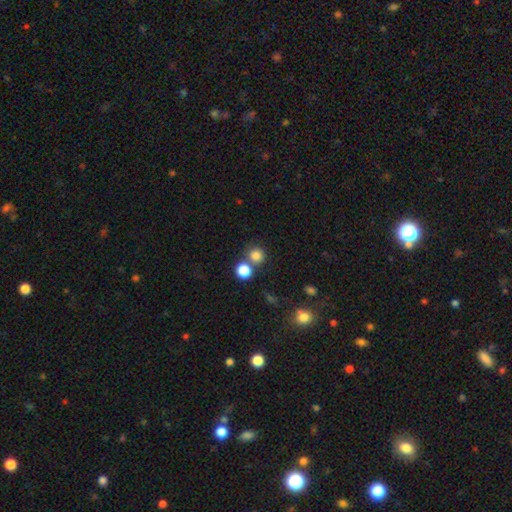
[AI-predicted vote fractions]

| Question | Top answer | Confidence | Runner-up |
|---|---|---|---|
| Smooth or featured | smooth | 80% | star or artifact (14%) |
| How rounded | round | 91% | in between (8%) |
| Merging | none | 67% | merger (23%) |